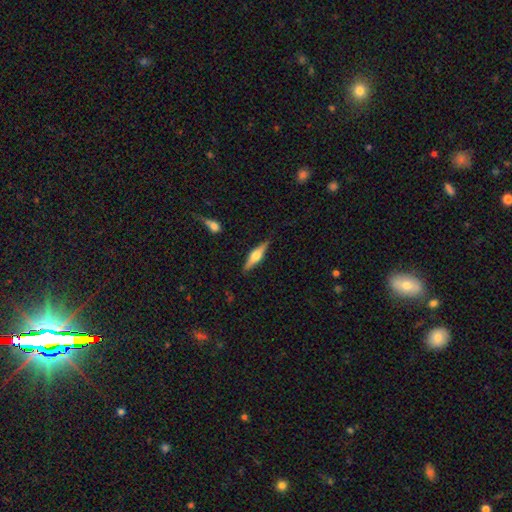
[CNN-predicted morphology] A featured or disk galaxy (63%) viewed edge-on (96%) with a rounded central bulge (91%).

Vote fractions:
- Smooth or featured? featured or disk: 63% / smooth: 31% / star or artifact: 6%
- Edge-on disk? yes: 96% / no: 4%
- Edge-on bulge? rounded: 91% / boxy: 7% / none: 2%
- Merging? none: 87% / minor disturbance: 9% / merger: 2% / major disturbance: 2%